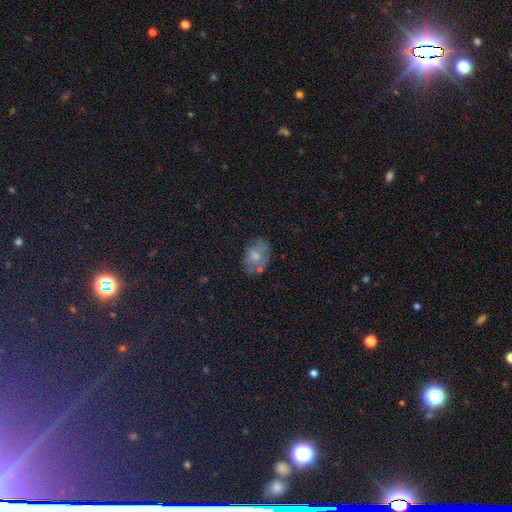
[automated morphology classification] type=smooth (53%); roundness=in between (73%); merging=none (52%).